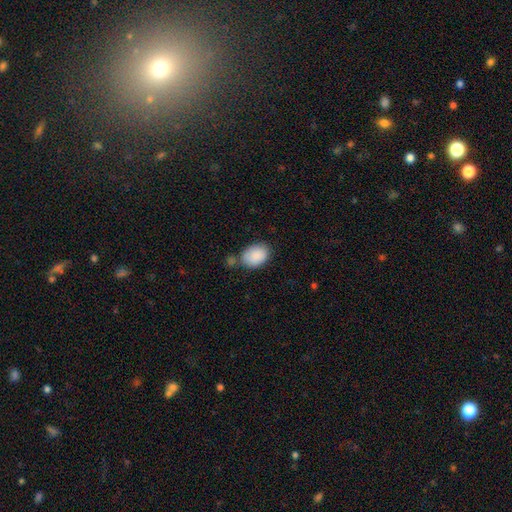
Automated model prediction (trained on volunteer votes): Smooth or featured: smooth — 89% (star or artifact — 7%)
How rounded: in between — 80% (round — 19%)
Merging: none — 60% (minor disturbance — 20%)